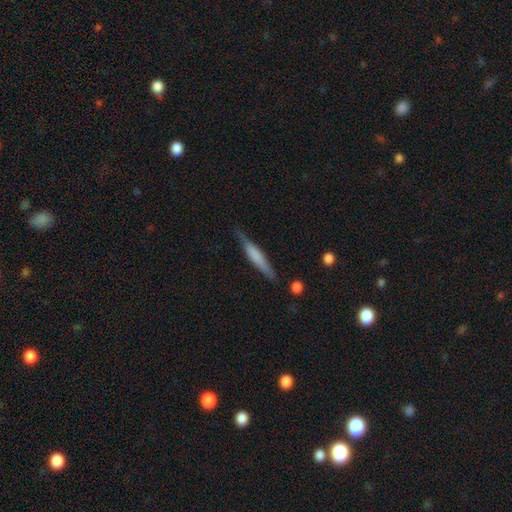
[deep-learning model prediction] This is possibly a smooth galaxy (54%). How rounded: clearly cigar-shaped (92%). Merging: likely none (78%).